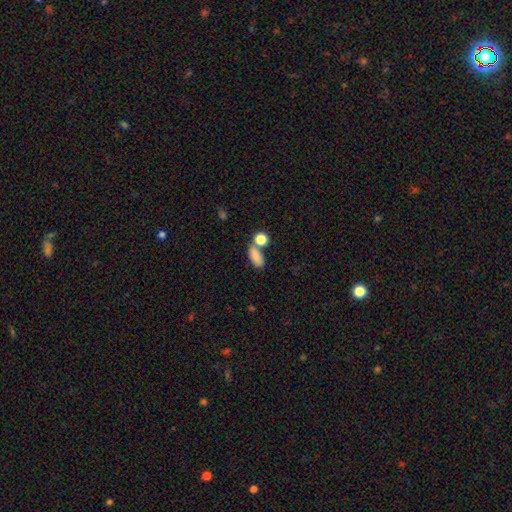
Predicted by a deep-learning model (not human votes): A smooth galaxy with no disk features (84%) that is in between round and cigar-shaped (82%). Merging: none (58%).